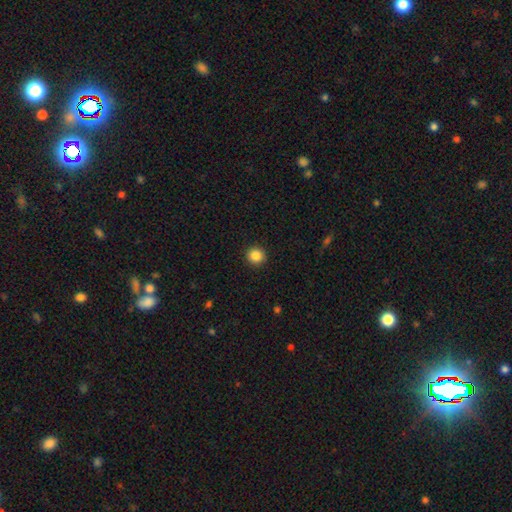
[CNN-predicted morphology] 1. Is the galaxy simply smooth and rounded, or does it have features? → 86% smooth, 10% star or artifact, 4% featured or disk.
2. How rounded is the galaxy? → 94% round, 5% in between, 1% cigar-shaped.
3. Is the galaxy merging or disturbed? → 93% none, 5% minor disturbance, 2% major disturbance, 1% merger.